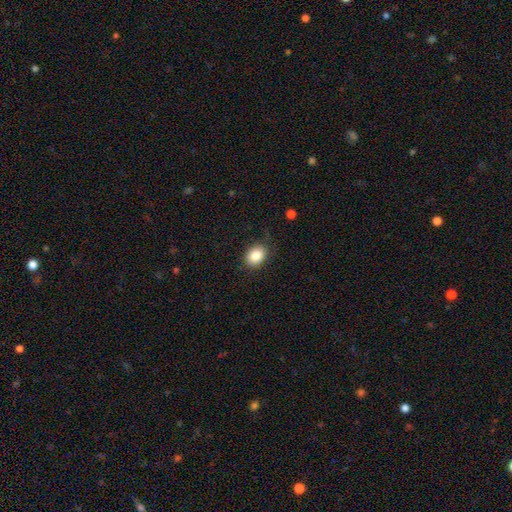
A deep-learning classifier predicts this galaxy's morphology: Overall: smooth (86%). How rounded: in between (63%; round 36%). Merging: none (79%).